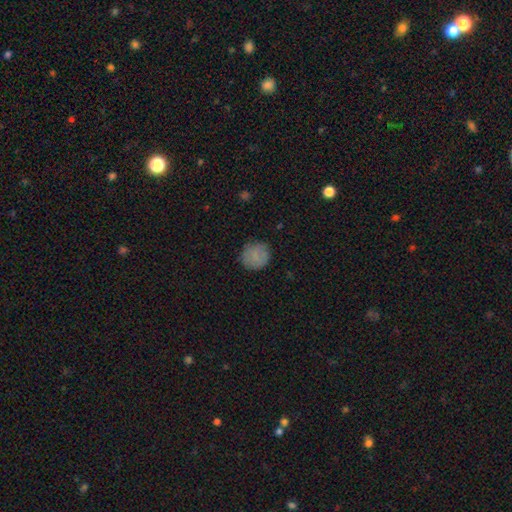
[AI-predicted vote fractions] A smooth galaxy with no disk features (83%) that is round (89%). Merging: none (81%).